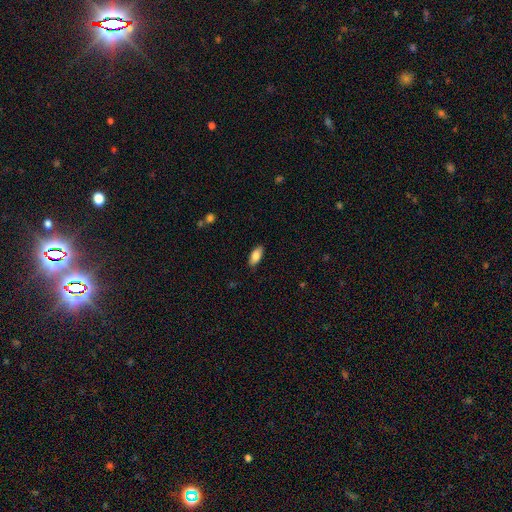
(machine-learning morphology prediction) smooth-or-featured: smooth: 84% | featured or disk: 10% | star or artifact: 7%
  how-rounded: in between: 88% | cigar-shaped: 10% | round: 2%
  merging: none: 86% | minor disturbance: 11% | major disturbance: 2% | merger: 1%